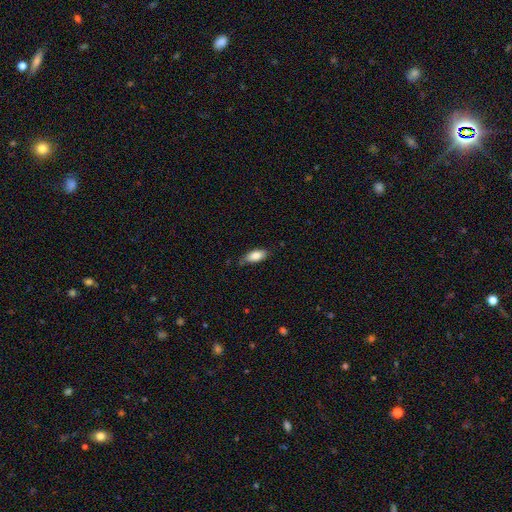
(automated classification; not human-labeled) Smooth or featured? smooth (85%)
How rounded? in between (85%)
Merging? none (69%)